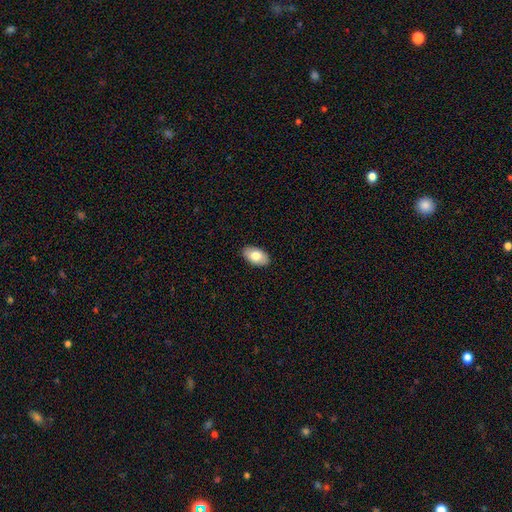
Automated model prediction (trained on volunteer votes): Smooth or featured: smooth — 79% (featured or disk — 15%)
How rounded: in between — 94% (round — 4%)
Merging: none — 90% (minor disturbance — 8%)